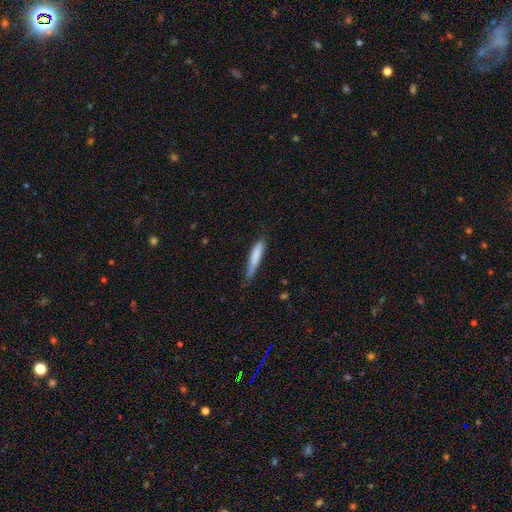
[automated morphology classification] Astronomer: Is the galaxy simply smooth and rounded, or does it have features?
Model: smooth — 79%.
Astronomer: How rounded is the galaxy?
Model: cigar-shaped — 91%.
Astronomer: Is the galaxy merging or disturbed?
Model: none — 63%.